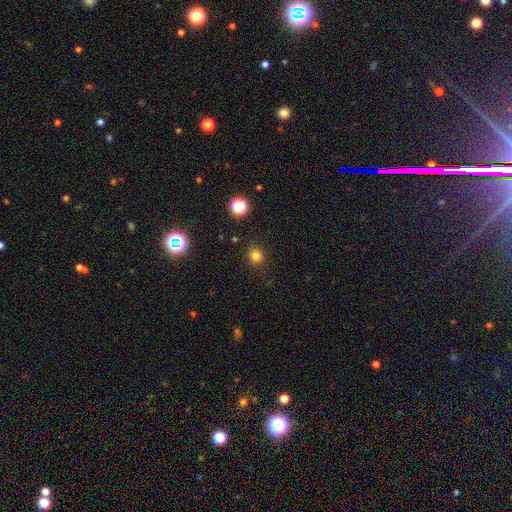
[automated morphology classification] A smooth galaxy with no disk features (80%) that is round (90%).

Vote fractions:
- Smooth or featured? smooth: 80% / star or artifact: 15% / featured or disk: 5%
- How rounded? round: 90% / in between: 9% / cigar-shaped: 1%
- Merging? none: 90% / minor disturbance: 7% / major disturbance: 2% / merger: 1%